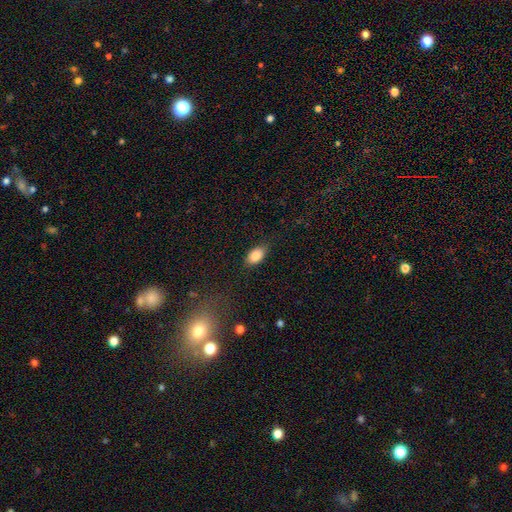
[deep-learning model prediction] Overall: smooth (85%). How rounded: in between (91%). Merging: none (80%).